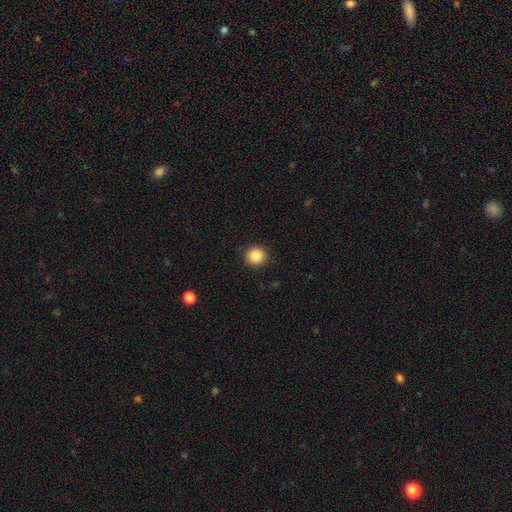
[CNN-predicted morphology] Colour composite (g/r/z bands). It shows a smooth galaxy with no disk features (86%) that is round (93%). Merging: none (91%).